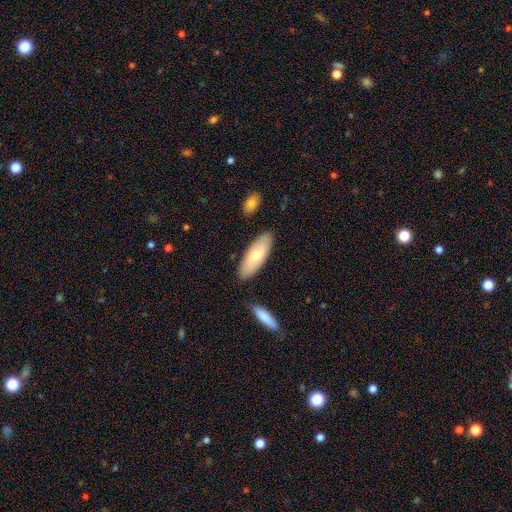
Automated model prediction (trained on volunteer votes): smooth-or-featured: smooth: 68% | featured or disk: 26% | star or artifact: 6%
  how-rounded: in between: 73% | cigar-shaped: 26% | round: 2%
  merging: none: 84% | minor disturbance: 11% | merger: 3% | major disturbance: 2%